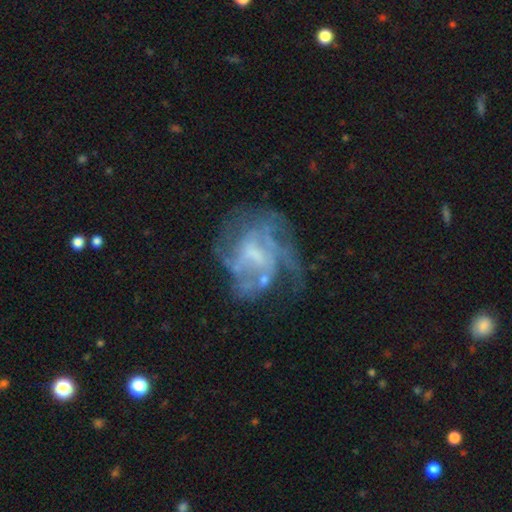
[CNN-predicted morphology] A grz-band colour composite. It shows a featured or disk galaxy (76%) with no bar (50%), spiral arms (66%) and no central bulge (33%). Merging: none (42%).